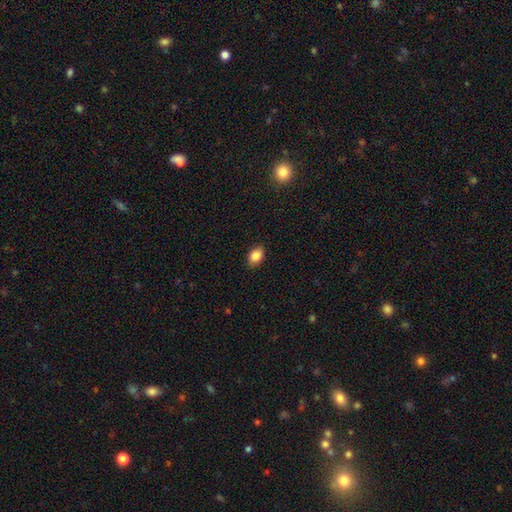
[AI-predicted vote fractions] Q: Smooth or featured?
A: smooth (86%); runner-up: star or artifact (9%)
Q: How rounded?
A: in between (77%); runner-up: round (22%)
Q: Merging?
A: none (86%); runner-up: minor disturbance (11%)